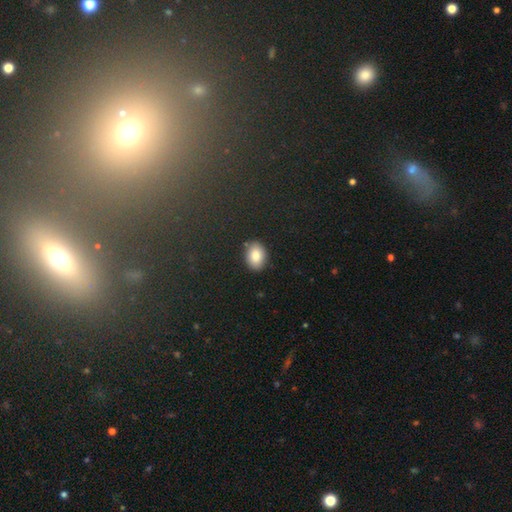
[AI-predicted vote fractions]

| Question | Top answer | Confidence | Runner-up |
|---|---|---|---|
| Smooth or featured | smooth | 84% | featured or disk (8%) |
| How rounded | in between | 76% | round (23%) |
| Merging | none | 87% | minor disturbance (10%) |